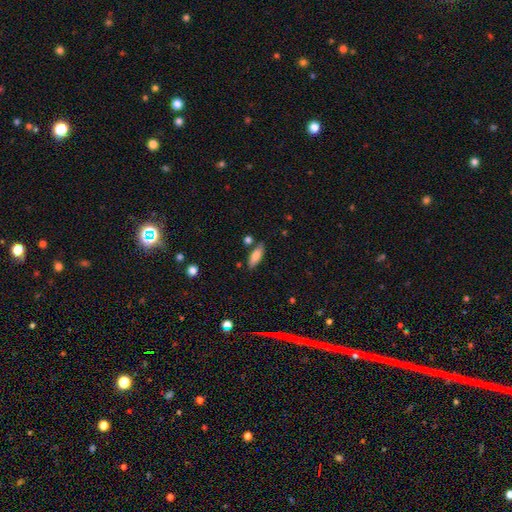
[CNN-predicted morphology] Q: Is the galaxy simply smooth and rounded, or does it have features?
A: smooth — 78%.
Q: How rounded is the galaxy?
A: in between — 63%.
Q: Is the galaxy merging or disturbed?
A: none — 77%.